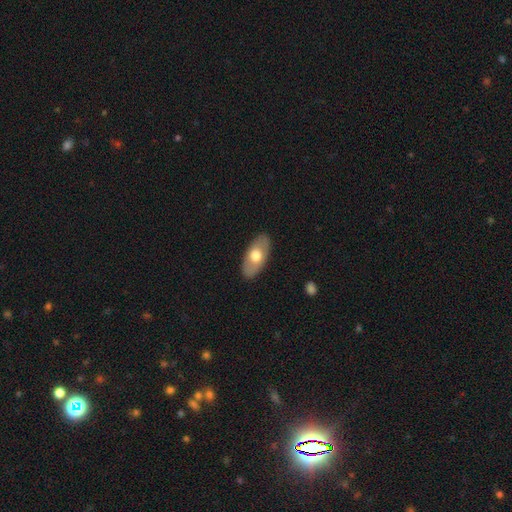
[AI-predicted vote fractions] Smooth or featured? smooth (59%)
How rounded? in between (92%)
Merging? none (87%)